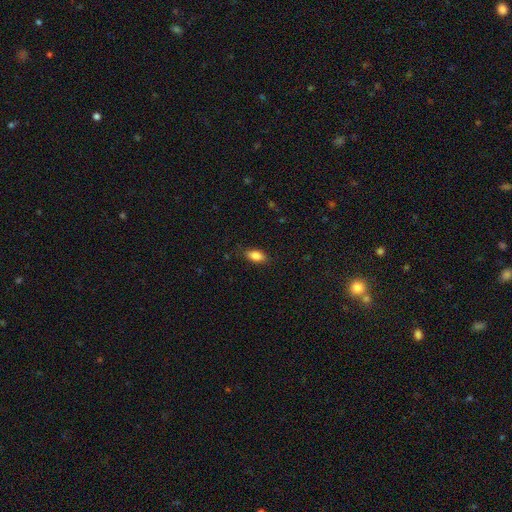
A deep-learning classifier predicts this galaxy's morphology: This appears to be a smooth galaxy with no disk features (85%) that is in between round and cigar-shaped (86%). Merging: none (84%).